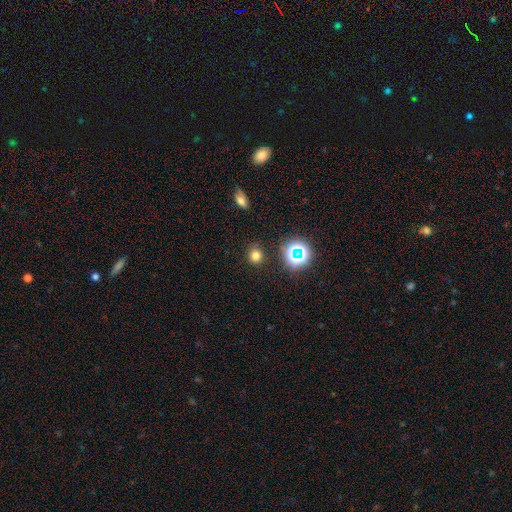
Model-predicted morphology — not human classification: The model was most divided on "smooth or featured": smooth: 73%, star or artifact: 22%, featured or disk: 6%. More confident: merging — none (87%); how rounded — round (86%).